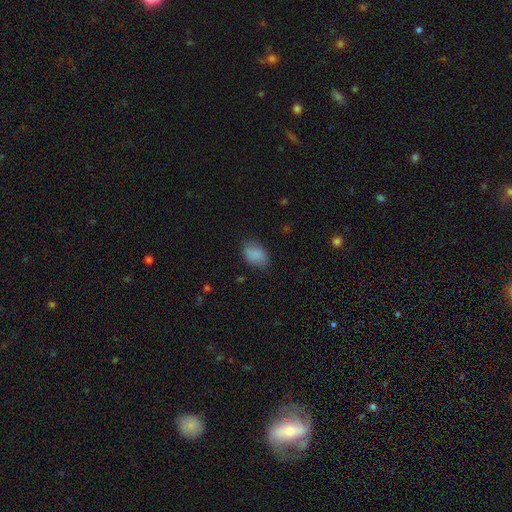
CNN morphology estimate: Smooth or featured?
  - smooth: 87% *
  - star or artifact: 8%
  - featured or disk: 5%
How rounded?
  - in between: 84% *
  - round: 15%
  - cigar-shaped: 1%
Merging?
  - none: 78% *
  - minor disturbance: 17%
  - major disturbance: 4%
  - merger: 1%